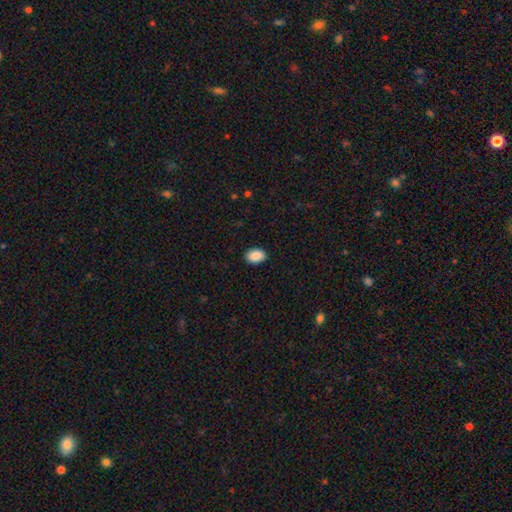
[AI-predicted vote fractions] Smooth or featured? smooth (89%)
How rounded? in between (83%)
Merging? none (90%)